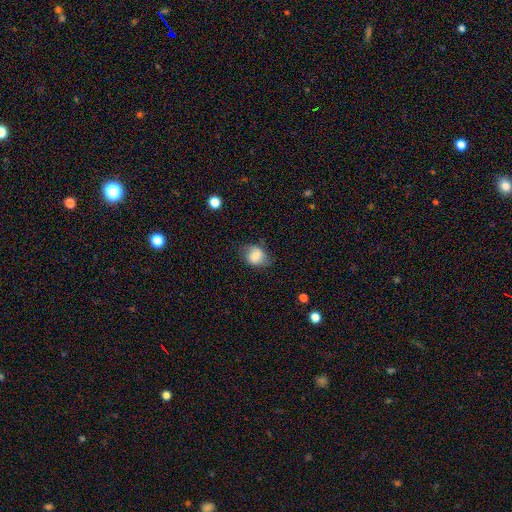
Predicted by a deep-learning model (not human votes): This is likely a smooth galaxy (76%). How rounded: possibly round (49%, tied with in between). Merging: possibly none (60%).